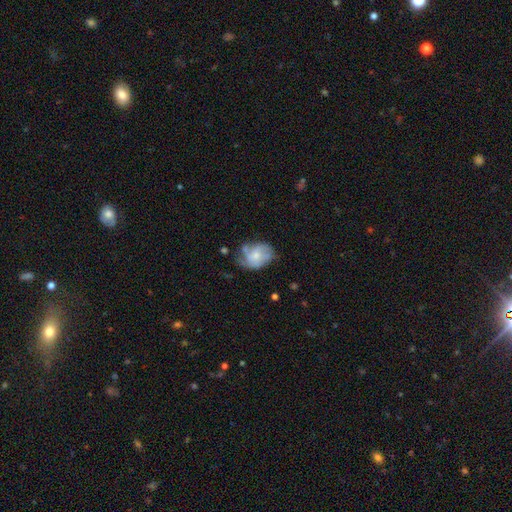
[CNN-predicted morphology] This appears to be a featured or disk galaxy (53%) with no bar (76%), spiral arms (67%) and a small central bulge (49%). Merging: none (44%).